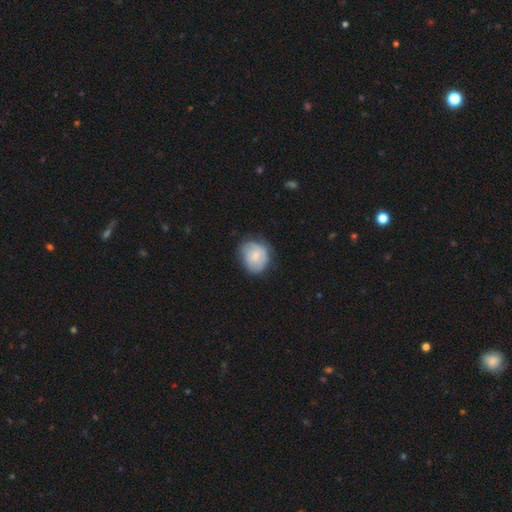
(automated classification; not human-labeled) Morphology: type=smooth (68%); roundness=round (61%); merging=none (58%).